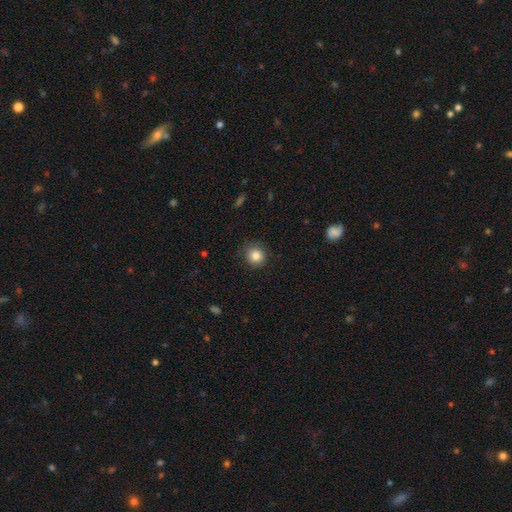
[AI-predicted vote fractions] Smooth or featured? smooth (84%)
How rounded? round (90%)
Merging? none (87%)